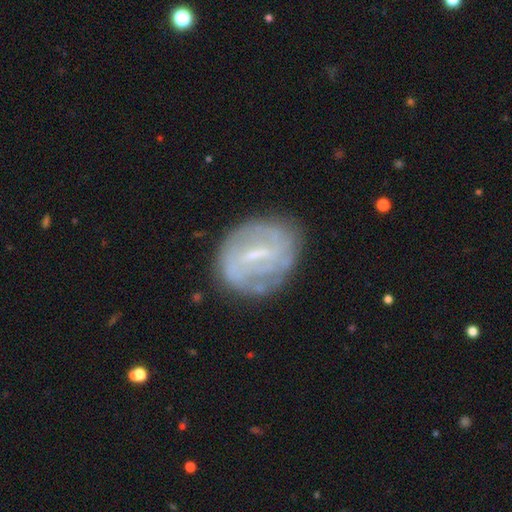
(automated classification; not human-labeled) Smooth or featured?
  - featured or disk: 72% *
  - smooth: 20%
  - star or artifact: 7%
Edge-on disk?
  - no: 96% *
  - yes: 4%
Bar?
  - strong: 47% *
  - weak: 42%
  - no: 11%
Spiral arms?
  - yes: 66% *
  - no: 34%
Bulge size?
  - small: 52% *
  - none: 24%
  - moderate: 21%
  - large: 2%
  - dominant: 1%
Merging?
  - none: 74% *
  - minor disturbance: 17%
  - major disturbance: 8%
  - merger: 2%